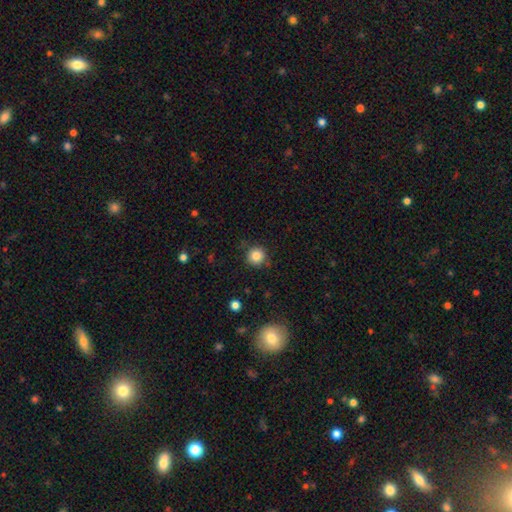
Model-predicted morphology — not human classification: The model was most divided on "smooth or featured": smooth: 83%, star or artifact: 11%, featured or disk: 6%. More confident: how rounded — round (93%); merging — none (84%).